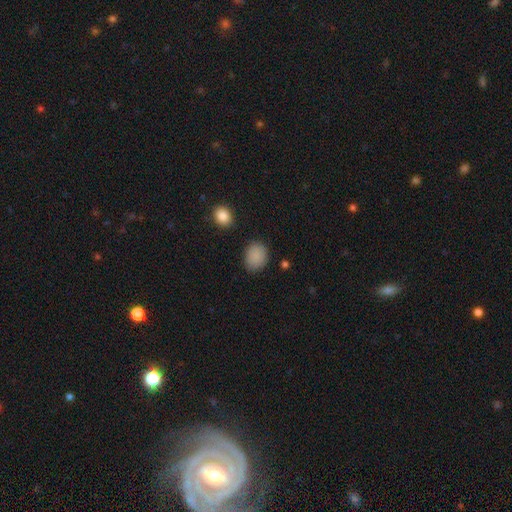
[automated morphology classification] Smooth or featured? Predicted: smooth (p=0.87). How rounded? Predicted: round (p=0.58). Merging? Predicted: none (p=0.82).